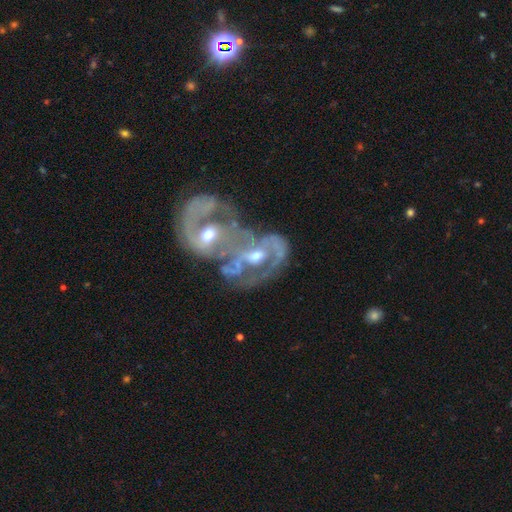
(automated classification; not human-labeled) A featured or disk galaxy (80%) with no bar (55%), 2 (40%) medium (41%) spiral arms (73%) and a moderate central bulge (65%). Merging: merger (82%).